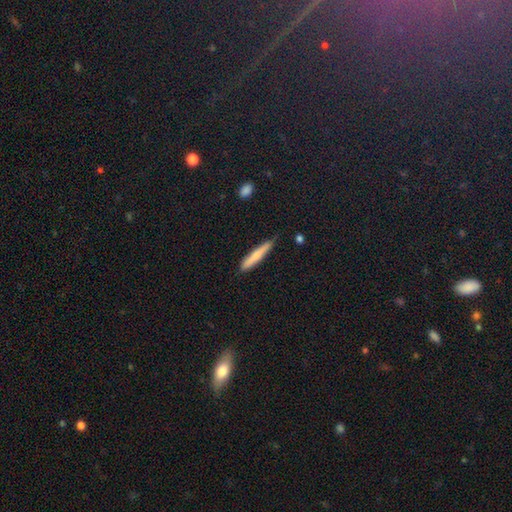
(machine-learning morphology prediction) type=smooth (70%); roundness=cigar-shaped (93%); merging=none (80%).